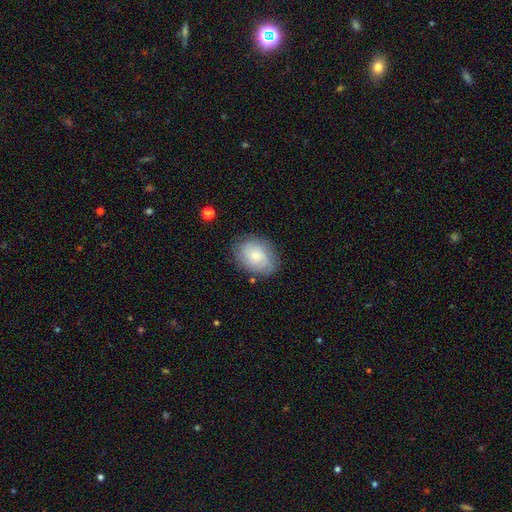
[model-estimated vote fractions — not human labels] This is possibly a smooth galaxy (54%). How rounded: likely in between (72%). Merging: likely none (79%).